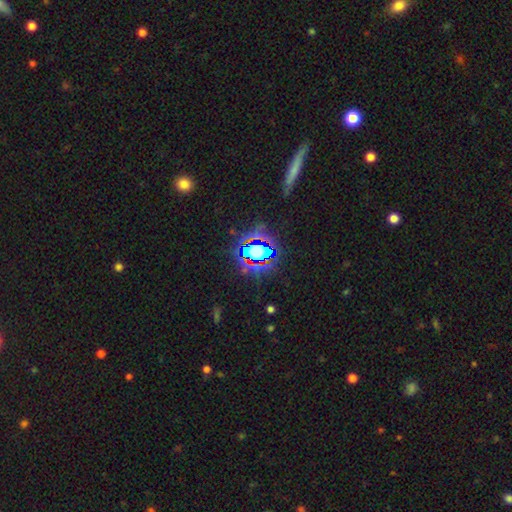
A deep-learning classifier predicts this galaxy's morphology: Smooth or featured: star or artifact — 65% (smooth — 19%)